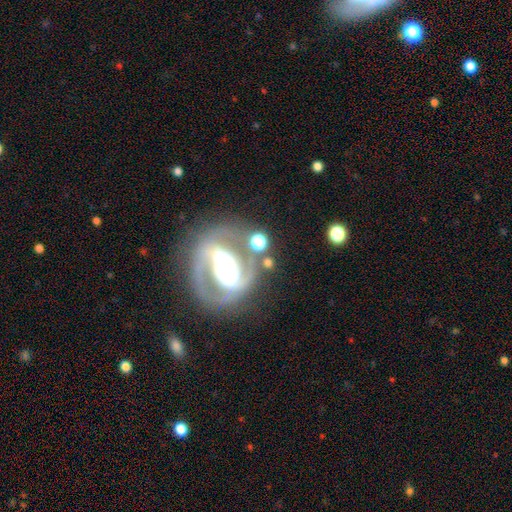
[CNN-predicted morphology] smooth_or_featured: featured or disk (p=0.83) [alt: smooth p=0.10]
disk_edge_on: no (p=0.97) [alt: yes p=0.03]
bar: strong (p=0.48) [alt: weak p=0.31]
has_spiral_arms: yes (p=0.82) [alt: no p=0.18]
spiral_winding: medium (p=0.44) [alt: tight p=0.40]
spiral_arm_count: 2 (p=0.78) [alt: 1 p=0.10]
bulge_size: moderate (p=0.42) [alt: large p=0.34]
merging: none (p=0.64) [alt: minor disturbance p=0.17]